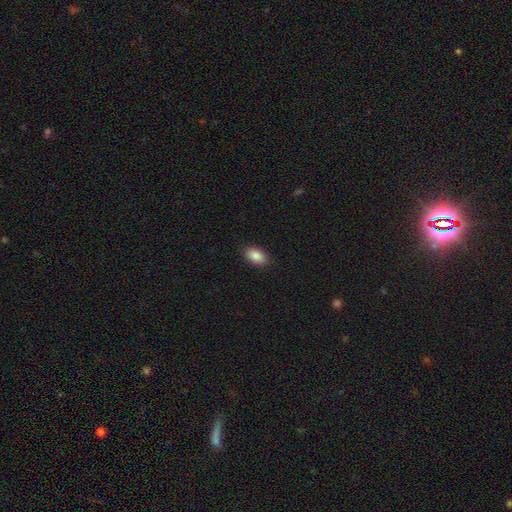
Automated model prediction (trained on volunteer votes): Overall: smooth (87%). How rounded: in between (91%). Merging: none (89%).